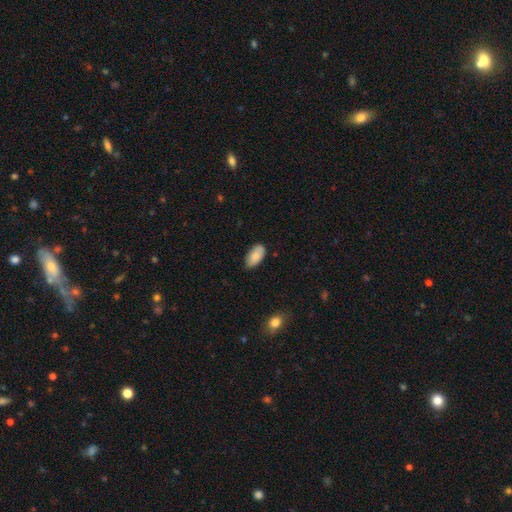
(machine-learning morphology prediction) Q: Smooth or featured?
A: smooth (86%); runner-up: featured or disk (8%)
Q: How rounded?
A: in between (95%); runner-up: round (3%)
Q: Merging?
A: none (82%); runner-up: minor disturbance (15%)